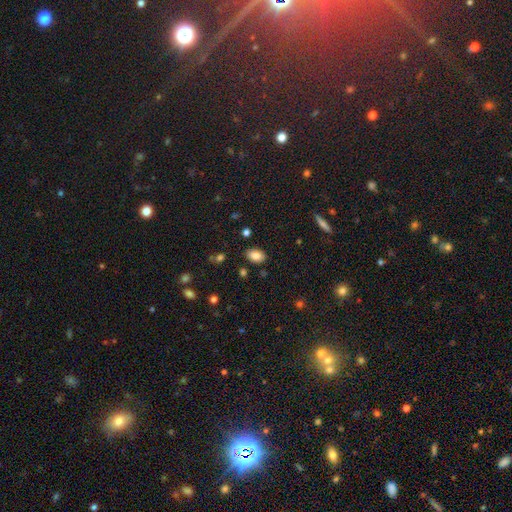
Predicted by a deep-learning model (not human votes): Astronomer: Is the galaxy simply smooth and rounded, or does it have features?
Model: smooth — 84%.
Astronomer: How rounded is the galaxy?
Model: in between — 89%.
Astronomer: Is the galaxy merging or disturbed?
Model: none — 86%.